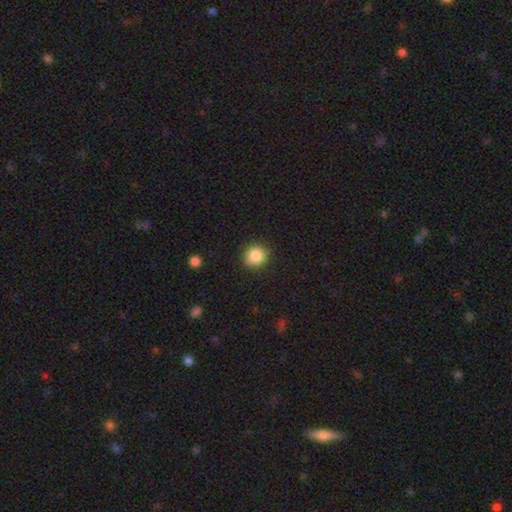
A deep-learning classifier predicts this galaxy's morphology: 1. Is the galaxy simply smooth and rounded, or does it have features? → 86% smooth, 9% star or artifact, 4% featured or disk.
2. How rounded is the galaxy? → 88% round, 11% in between, 1% cigar-shaped.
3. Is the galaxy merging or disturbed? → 89% none, 8% minor disturbance, 2% major disturbance, 1% merger.